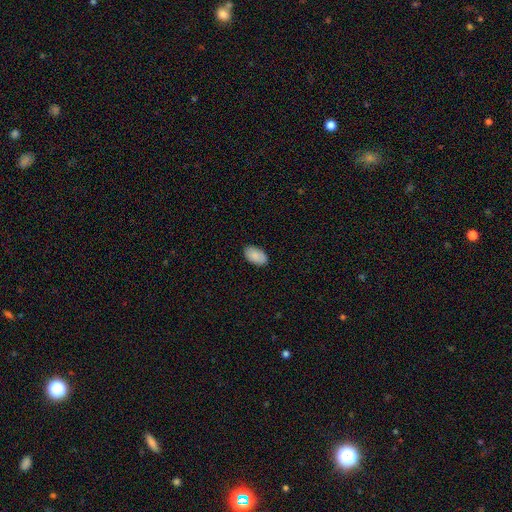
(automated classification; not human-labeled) Smooth or featured?
  - smooth: 89% *
  - star or artifact: 6%
  - featured or disk: 5%
How rounded?
  - in between: 94% *
  - round: 4%
  - cigar-shaped: 1%
Merging?
  - none: 87% *
  - minor disturbance: 10%
  - major disturbance: 2%
  - merger: 1%